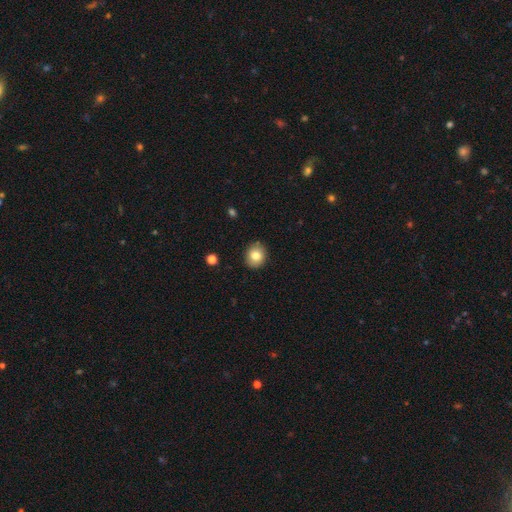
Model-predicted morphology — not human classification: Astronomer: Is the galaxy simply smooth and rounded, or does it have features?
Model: smooth — 80%.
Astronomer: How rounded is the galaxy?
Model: round — 74%.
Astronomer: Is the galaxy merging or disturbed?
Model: none — 87%.